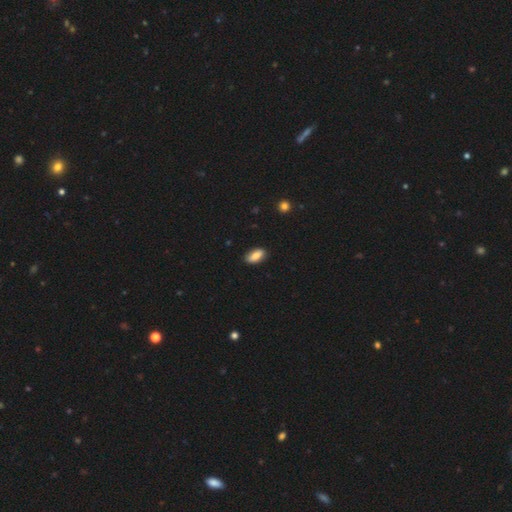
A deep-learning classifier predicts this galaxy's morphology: Smooth or featured: smooth — 77% (featured or disk — 16%)
How rounded: in between — 89% (cigar-shaped — 7%)
Merging: none — 86% (minor disturbance — 11%)